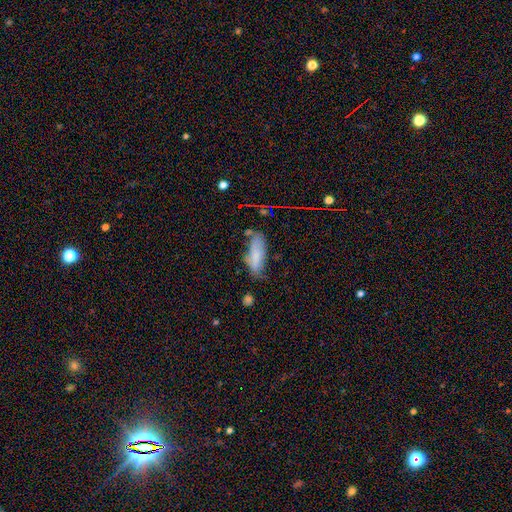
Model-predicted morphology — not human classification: This appears to be a smooth galaxy with no disk features (76%) that is in between round and cigar-shaped (60%). Merging: none (52%).